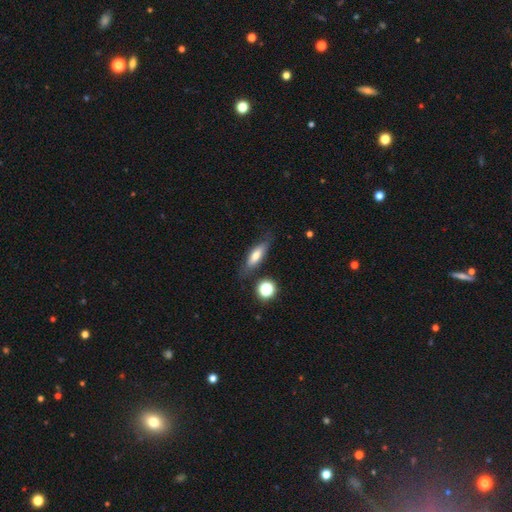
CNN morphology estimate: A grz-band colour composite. It shows a smooth galaxy with no disk features (64%) that is in between round and cigar-shaped (52%). Merging: none (73%).